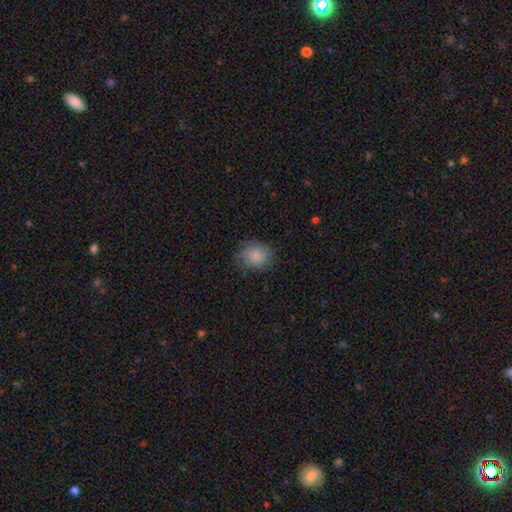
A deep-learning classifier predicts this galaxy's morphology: smooth_or_featured: smooth (p=0.83) [alt: featured or disk p=0.09]
how_rounded: round (p=0.59) [alt: in between p=0.41]
merging: none (p=0.72) [alt: minor disturbance p=0.21]